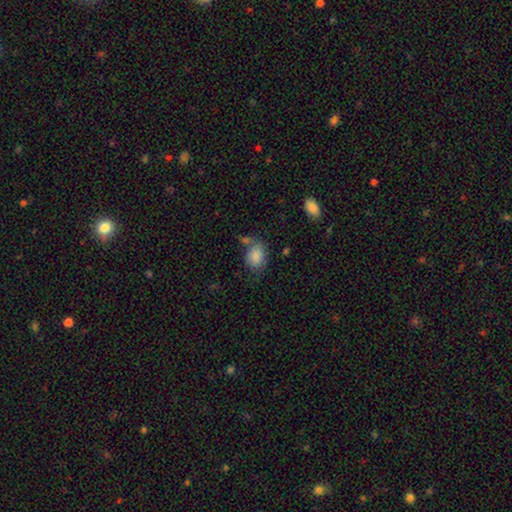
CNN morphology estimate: smooth_or_featured: smooth (p=0.86) [alt: star or artifact p=0.08]
how_rounded: in between (p=0.71) [alt: round p=0.28]
merging: none (p=0.57) [alt: minor disturbance p=0.20]